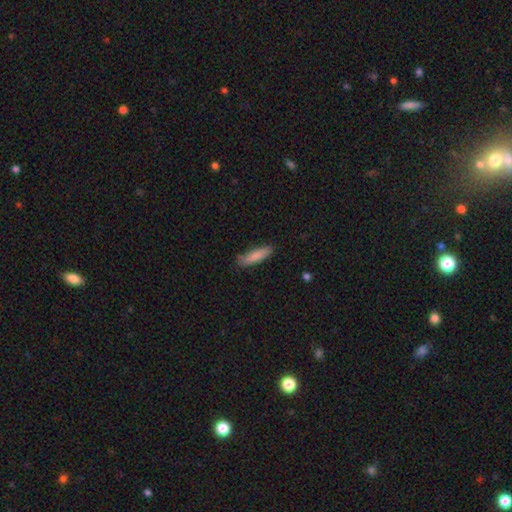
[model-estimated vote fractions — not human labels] Overall: smooth (83%). How rounded: cigar-shaped (69%). Merging: none (78%).